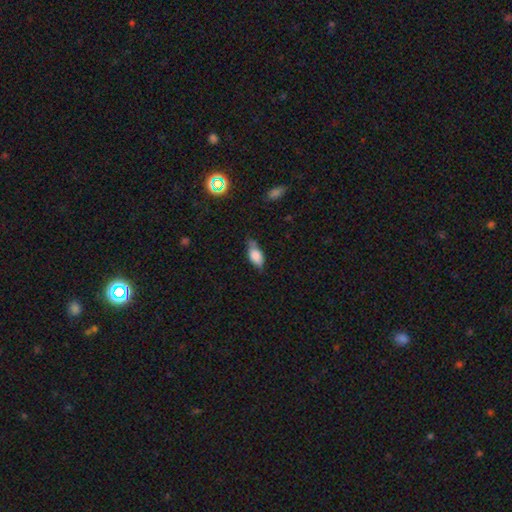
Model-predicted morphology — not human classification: The model was most divided on "merging": none: 54%, minor disturbance: 35%, major disturbance: 7%, merger: 3%. More confident: how rounded — in between (88%); smooth or featured — smooth (79%).